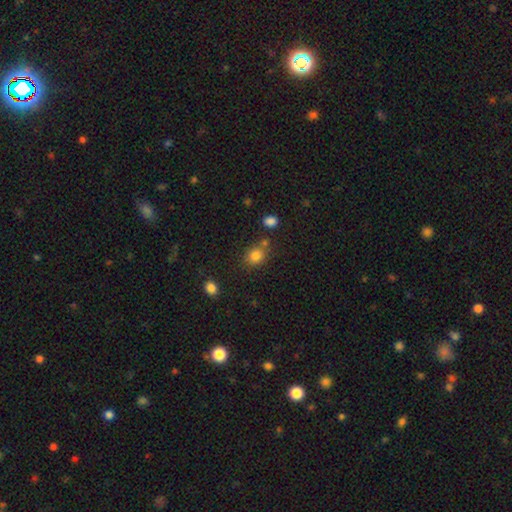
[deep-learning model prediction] Overall: smooth (82%). How rounded: round (63%; in between 36%). Merging: none (71%).